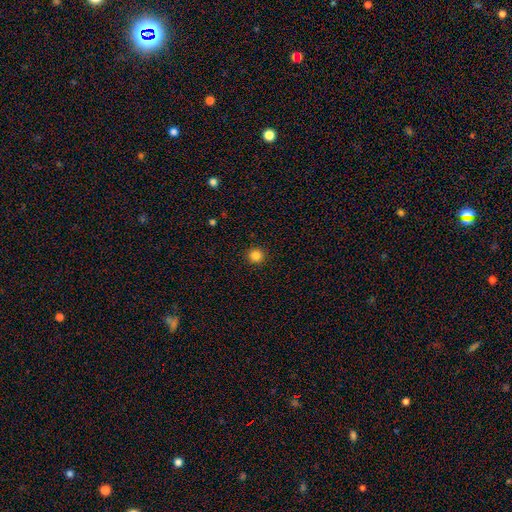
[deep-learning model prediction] This appears to be a smooth galaxy with no disk features (84%) that is round (94%). Merging: none (93%).